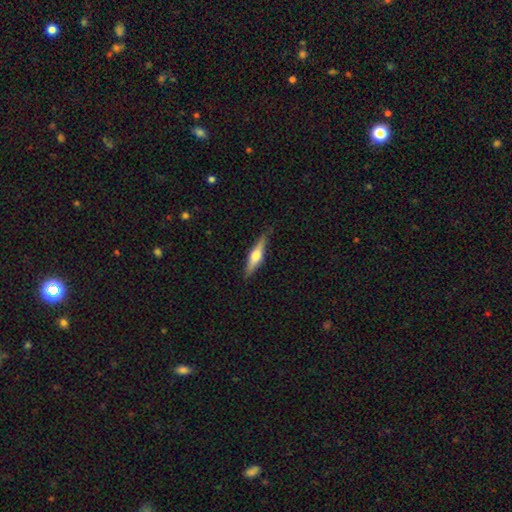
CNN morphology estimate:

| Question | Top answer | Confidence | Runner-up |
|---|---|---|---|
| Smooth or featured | featured or disk | 62% | smooth (33%) |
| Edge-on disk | yes | 97% | no (3%) |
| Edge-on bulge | rounded | 93% | boxy (5%) |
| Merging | none | 86% | minor disturbance (11%) |